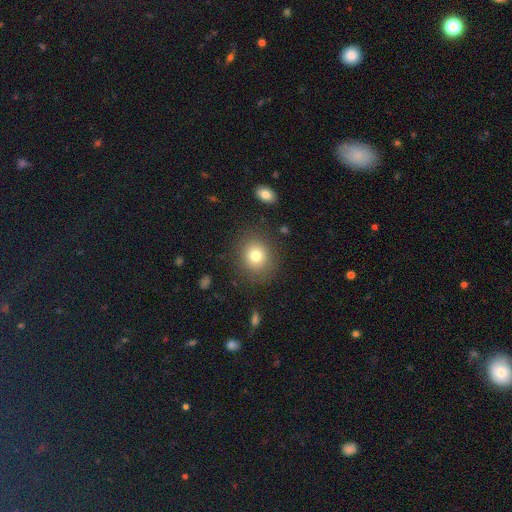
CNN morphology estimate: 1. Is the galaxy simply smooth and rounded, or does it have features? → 77% smooth, 12% star or artifact, 11% featured or disk.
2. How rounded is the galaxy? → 75% round, 24% in between, 1% cigar-shaped.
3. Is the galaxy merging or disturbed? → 85% none, 9% minor disturbance, 4% major disturbance, 2% merger.